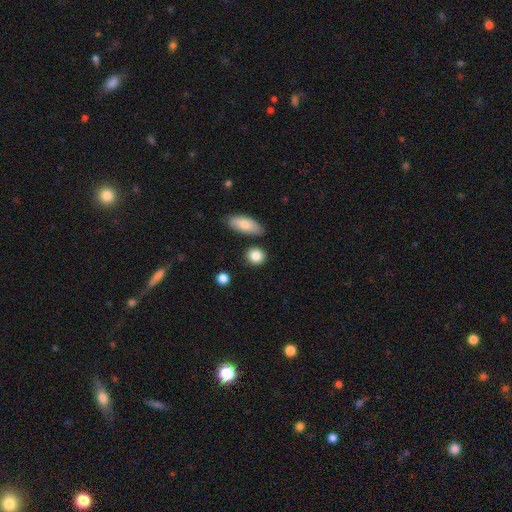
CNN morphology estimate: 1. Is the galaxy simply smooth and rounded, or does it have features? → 86% smooth, 8% star or artifact, 6% featured or disk.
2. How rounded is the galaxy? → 71% round, 27% in between, 3% cigar-shaped.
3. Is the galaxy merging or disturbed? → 80% none, 11% minor disturbance, 6% merger, 3% major disturbance.